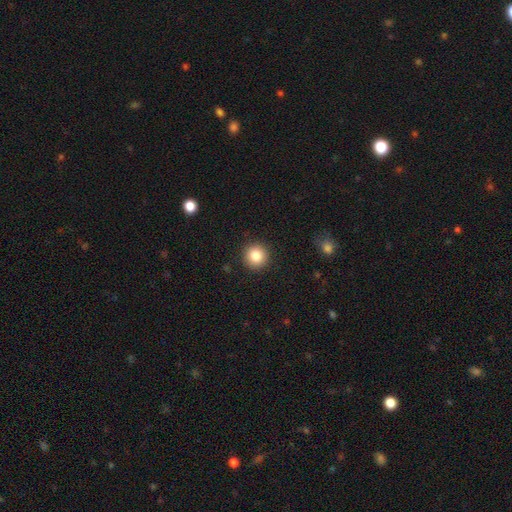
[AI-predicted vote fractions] smooth 85%, star or artifact 9%, featured or disk 5%. Down the decision tree: how rounded — round (94%); merging — none (91%).